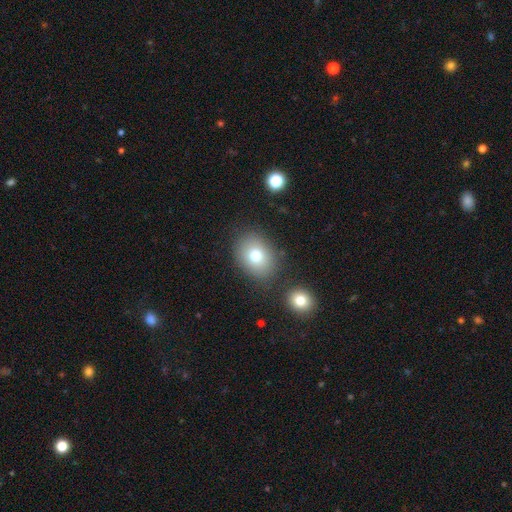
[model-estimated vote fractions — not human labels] This appears to be a smooth galaxy with no disk features (76%) that is in between round and cigar-shaped (56%). Merging: none (80%).